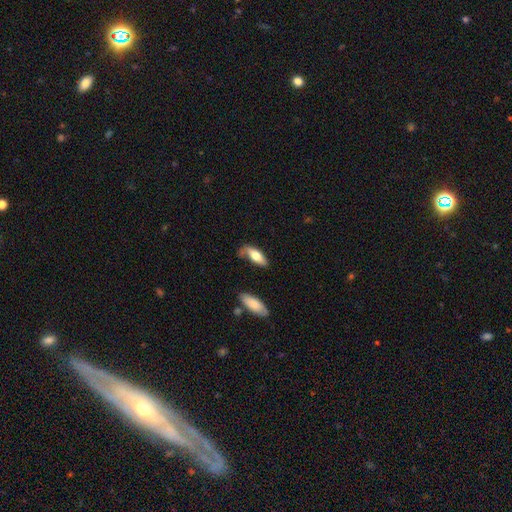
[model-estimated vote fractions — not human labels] Smooth or featured: smooth — 64% (featured or disk — 30%)
How rounded: in between — 75% (cigar-shaped — 22%)
Merging: none — 46% (minor disturbance — 32%)